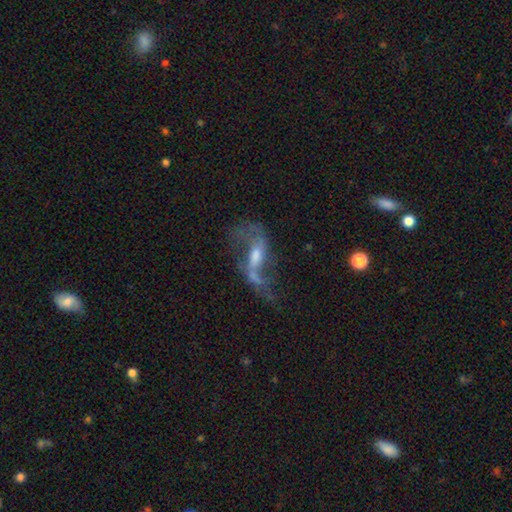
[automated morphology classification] The model was most divided on "merging": none: 37%, major disturbance: 36%, minor disturbance: 18%, merger: 9%. Remaining: edge-on disk — no (90%); spiral arm count — 2 (85%); spiral winding — loose (82%); spiral arms — yes (80%); smooth or featured — featured or disk (77%); bulge size — moderate (45%); bar — weak (44%).